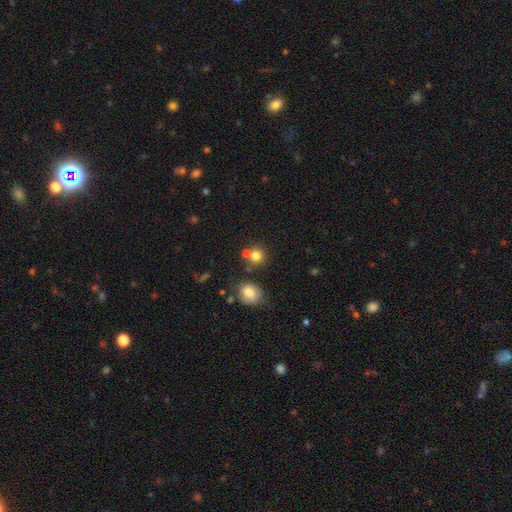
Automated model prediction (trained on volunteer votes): Smooth or featured: smooth — 78% (star or artifact — 14%)
How rounded: round — 89% (in between — 10%)
Merging: none — 62% (merger — 25%)